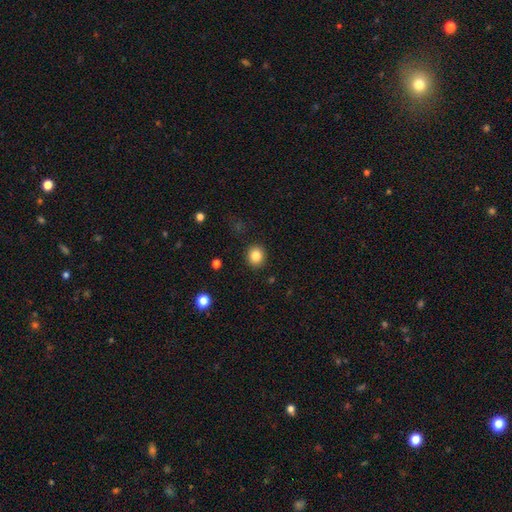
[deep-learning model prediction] Overall: smooth (85%). How rounded: round (79%). Merging: none (91%).